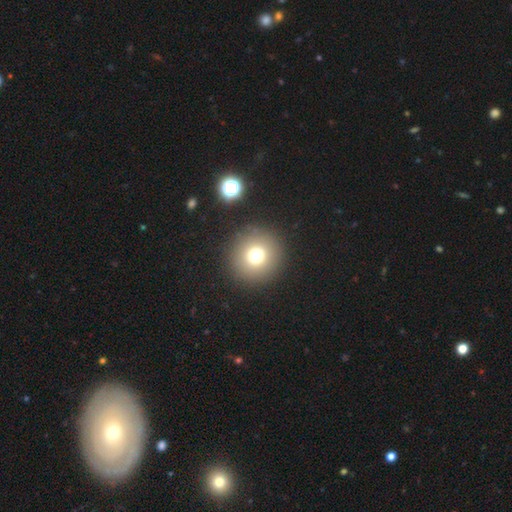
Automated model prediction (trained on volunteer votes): Smooth or featured?
  - smooth: 73% *
  - star or artifact: 16%
  - featured or disk: 11%
How rounded?
  - round: 95% *
  - in between: 4%
  - cigar-shaped: 1%
Merging?
  - none: 90% *
  - minor disturbance: 5%
  - major disturbance: 3%
  - merger: 2%